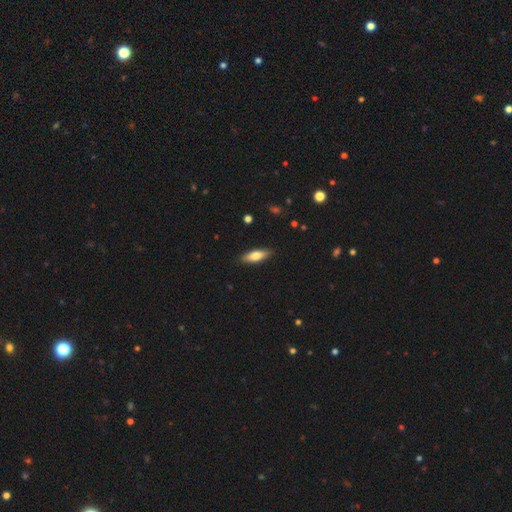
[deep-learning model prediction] smooth-or-featured: smooth: 73% | featured or disk: 21% | star or artifact: 6%
  how-rounded: in between: 55% | cigar-shaped: 43% | round: 2%
  merging: none: 88% | minor disturbance: 9% | major disturbance: 2% | merger: 1%